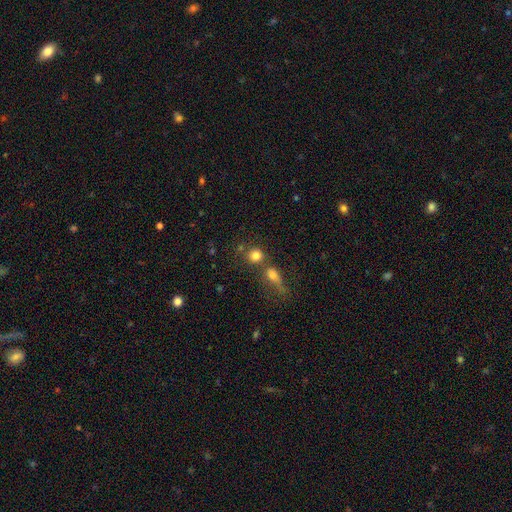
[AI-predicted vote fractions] A smooth galaxy with no disk features (79%) that is round (83%).

Vote fractions:
- Smooth or featured? smooth: 79% / star or artifact: 12% / featured or disk: 9%
- How rounded? round: 83% / in between: 16% / cigar-shaped: 2%
- Merging? none: 53% / merger: 32% / minor disturbance: 9% / major disturbance: 6%